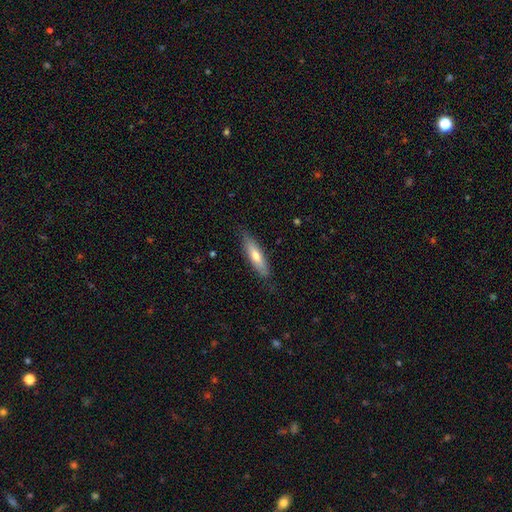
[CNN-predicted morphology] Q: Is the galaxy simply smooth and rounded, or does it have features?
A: smooth — 60%.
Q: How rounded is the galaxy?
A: cigar-shaped — 72%.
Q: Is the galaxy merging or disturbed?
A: none — 82%.